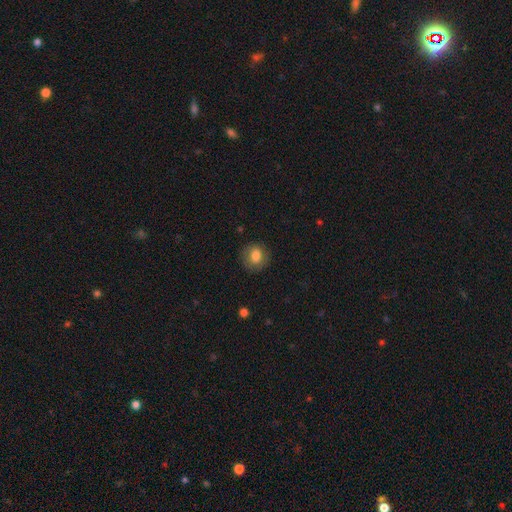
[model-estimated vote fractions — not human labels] A smooth galaxy with no disk features (78%) that is round (77%). Merging: none (82%).